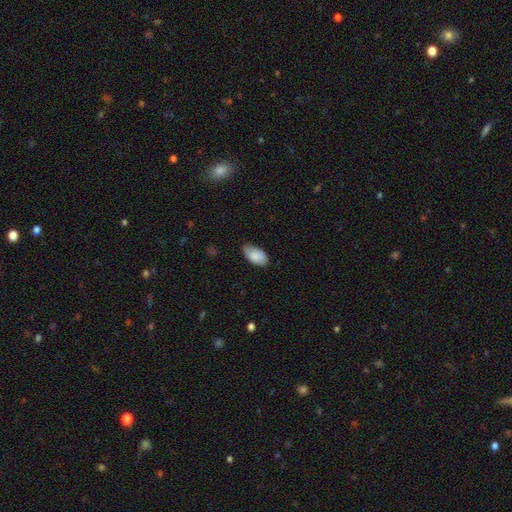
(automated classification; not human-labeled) Q: Smooth or featured?
A: smooth (87%); runner-up: featured or disk (7%)
Q: How rounded?
A: in between (95%); runner-up: round (3%)
Q: Merging?
A: none (68%); runner-up: minor disturbance (27%)